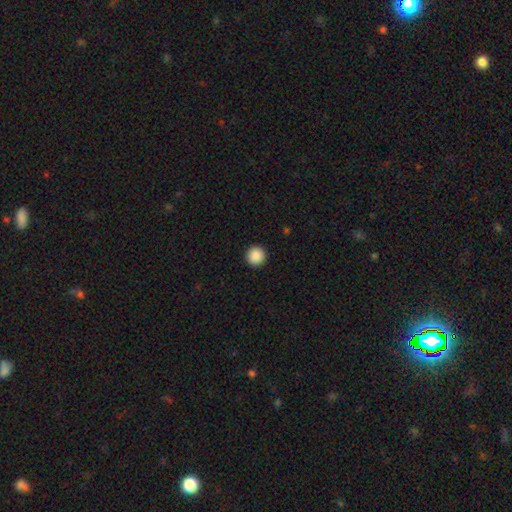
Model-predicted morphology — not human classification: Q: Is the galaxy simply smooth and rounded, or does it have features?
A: smooth — 89%.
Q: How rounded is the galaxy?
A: round — 96%.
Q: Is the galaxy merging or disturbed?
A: none — 94%.